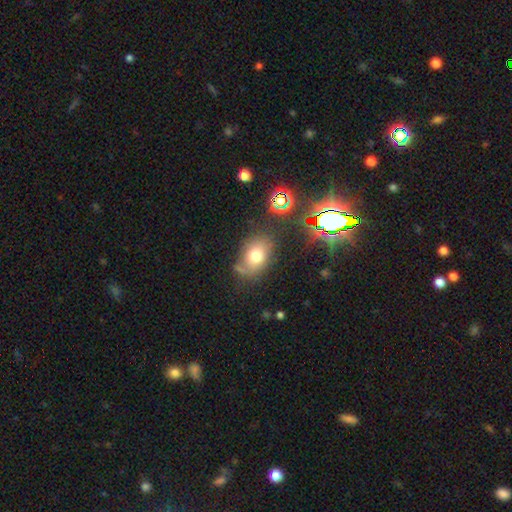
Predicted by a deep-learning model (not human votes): Morphology: type=smooth (68%); roundness=in between (76%); merging=none (63%).